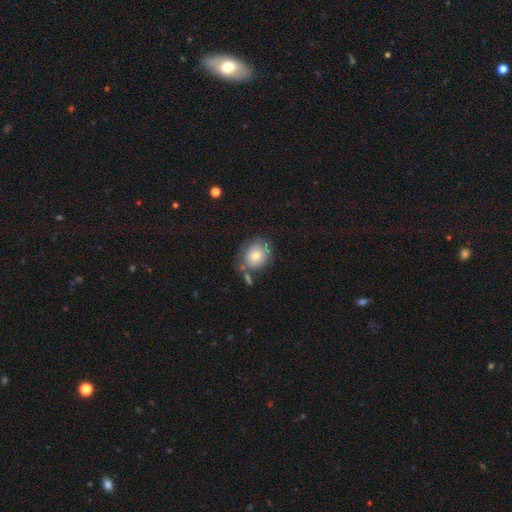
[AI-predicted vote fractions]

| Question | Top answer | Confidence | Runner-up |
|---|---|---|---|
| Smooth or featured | smooth | 75% | featured or disk (17%) |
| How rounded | round | 74% | in between (25%) |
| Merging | none | 64% | minor disturbance (18%) |